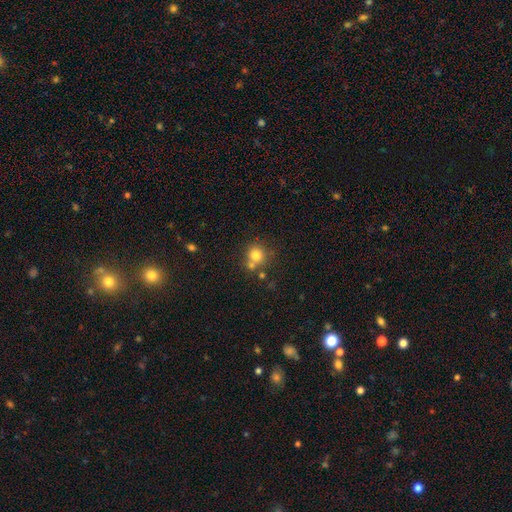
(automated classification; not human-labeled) A smooth galaxy with no disk features (77%) that is round (89%). Merging: none (58%).